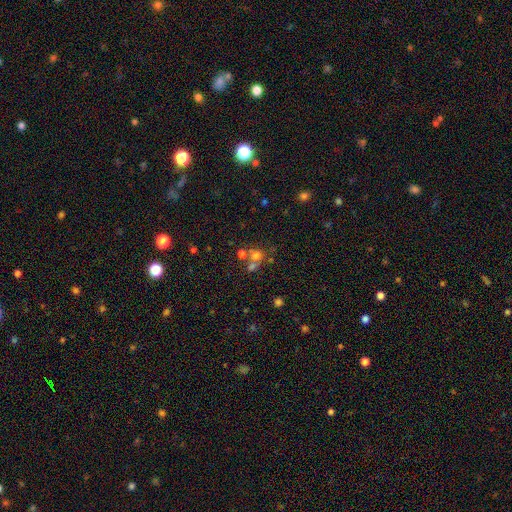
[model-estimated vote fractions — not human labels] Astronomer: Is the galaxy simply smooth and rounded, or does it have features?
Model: smooth — 62%.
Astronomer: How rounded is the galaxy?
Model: round — 81%.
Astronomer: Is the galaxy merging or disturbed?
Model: none — 45% (runner-up: merger, 42%).